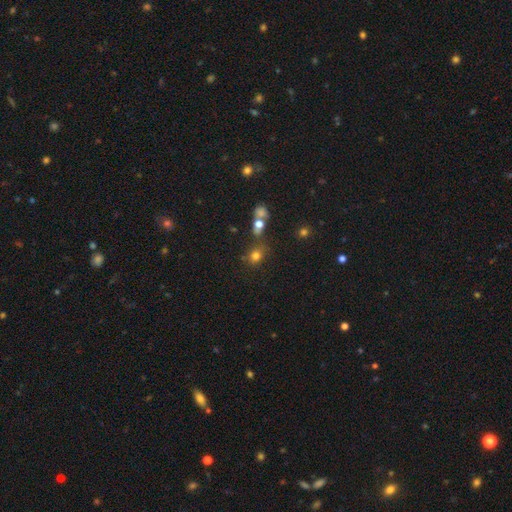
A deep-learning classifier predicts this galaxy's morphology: smooth-or-featured: smooth: 75% | star or artifact: 17% | featured or disk: 8%
  how-rounded: round: 65% | in between: 34% | cigar-shaped: 1%
  merging: none: 63% | merger: 15% | minor disturbance: 15% | major disturbance: 6%